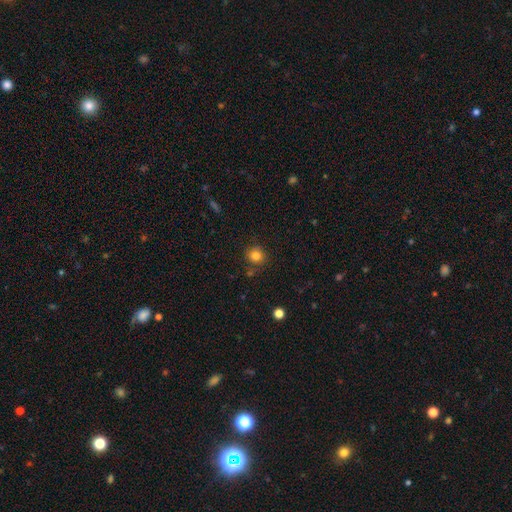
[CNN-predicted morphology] Smooth or featured? Predicted: smooth (p=0.82). How rounded? Predicted: round (p=0.87). Merging? Predicted: none (p=0.81).